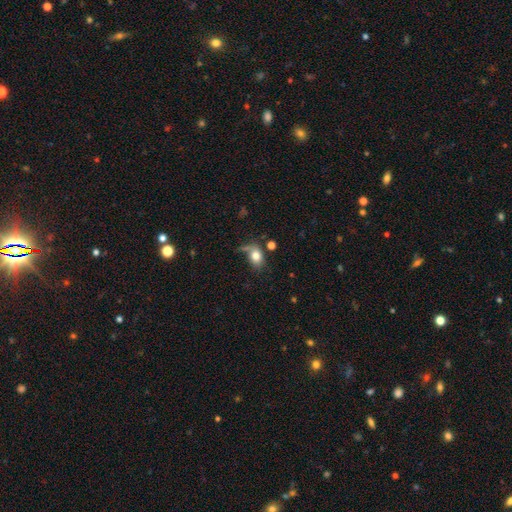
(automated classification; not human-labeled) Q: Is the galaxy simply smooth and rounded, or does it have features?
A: smooth — 75%.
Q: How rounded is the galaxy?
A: in between — 70%.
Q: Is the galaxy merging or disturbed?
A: none — 45%.